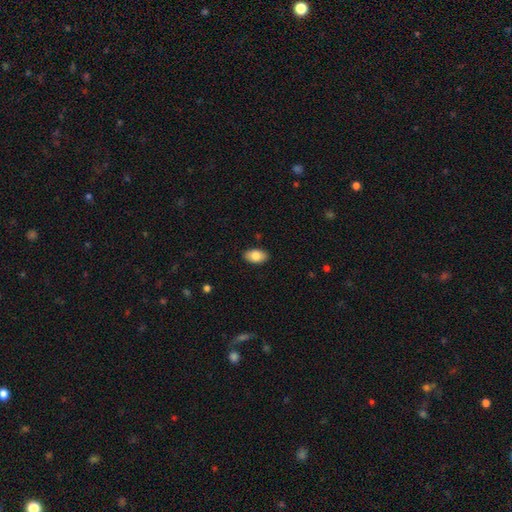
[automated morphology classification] Smooth or featured? smooth (83%)
How rounded? in between (94%)
Merging? none (88%)